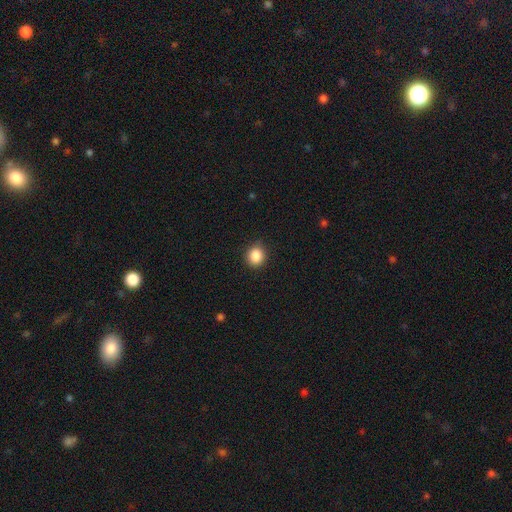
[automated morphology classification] The model was most divided on "how rounded": round: 79%, in between: 20%, cigar-shaped: 1%. More confident: merging — none (89%); smooth or featured — smooth (87%).